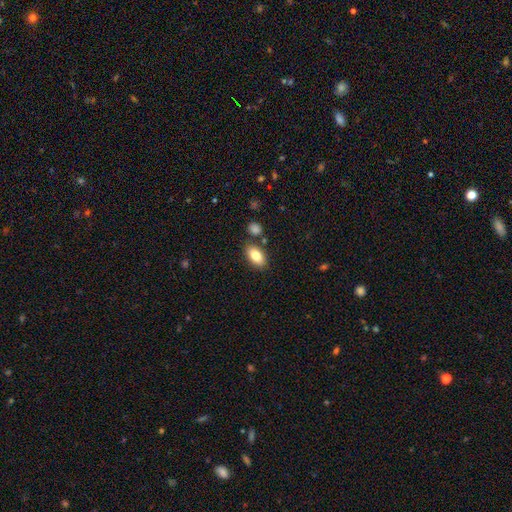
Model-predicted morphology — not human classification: smooth-or-featured: smooth: 81% | featured or disk: 11% | star or artifact: 8%
  how-rounded: in between: 91% | round: 6% | cigar-shaped: 3%
  merging: none: 80% | minor disturbance: 11% | merger: 7% | major disturbance: 3%